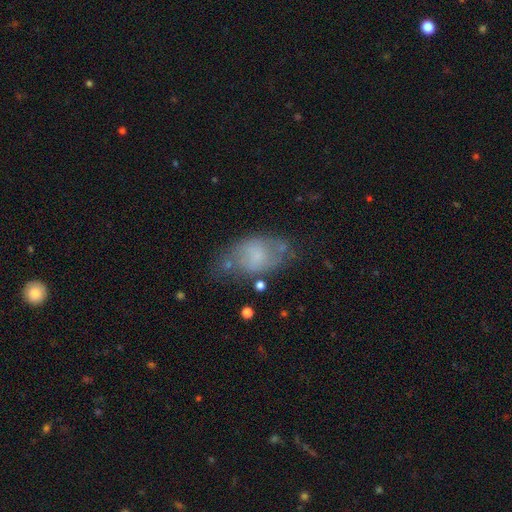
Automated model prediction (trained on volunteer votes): Morphology: type=smooth (49%); merging=none (48%).